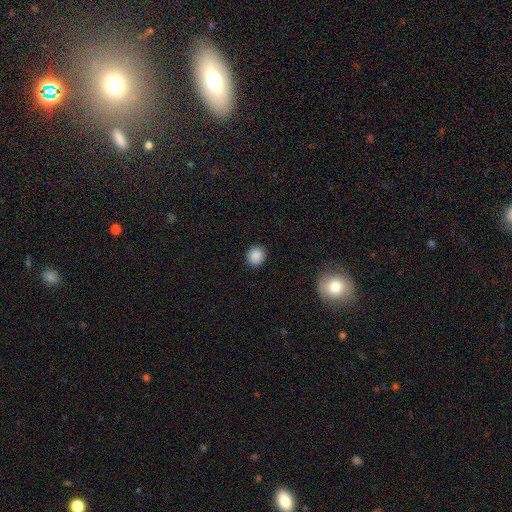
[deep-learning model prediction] smooth 88%, star or artifact 9%, featured or disk 3%. Down the decision tree: how rounded — round (83%); merging — none (92%).